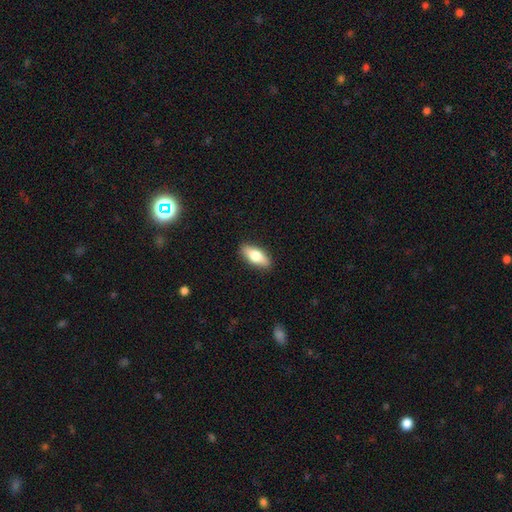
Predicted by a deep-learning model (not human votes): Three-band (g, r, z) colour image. It shows a smooth galaxy with no disk features (70%) that is in between round and cigar-shaped (76%). Merging: none (89%).